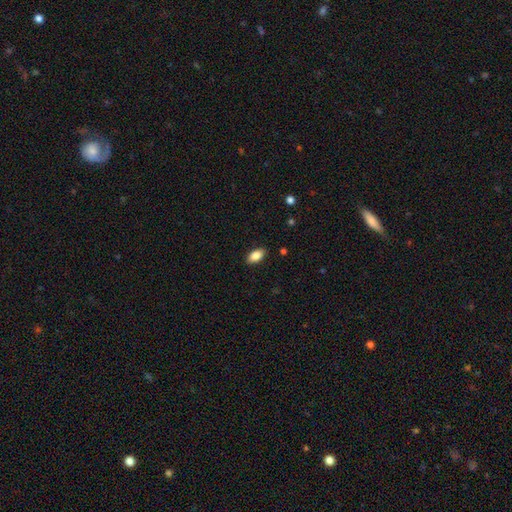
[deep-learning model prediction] Smooth or featured? smooth (85%)
How rounded? in between (92%)
Merging? none (88%)